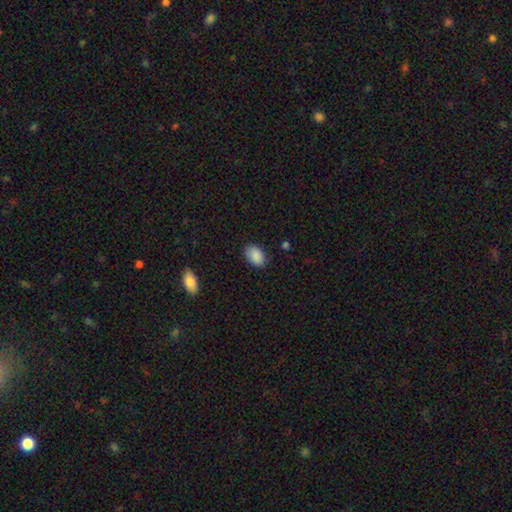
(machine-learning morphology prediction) Smooth or featured? Predicted: smooth (p=0.89). How rounded? Predicted: in between (p=0.88). Merging? Predicted: none (p=0.82).